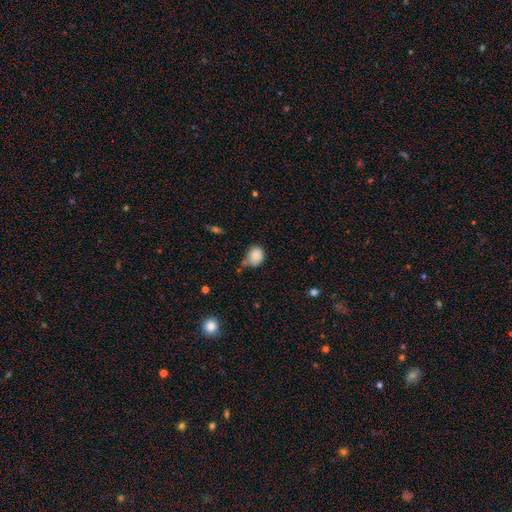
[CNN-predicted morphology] This appears to be a smooth galaxy with no disk features (84%) that is round (61%). Merging: none (53%).